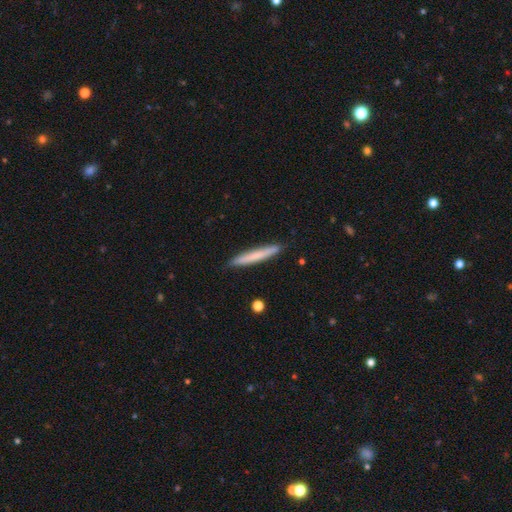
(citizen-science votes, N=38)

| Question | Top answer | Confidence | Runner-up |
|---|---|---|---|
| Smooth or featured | smooth | 79% | featured or disk (16%) |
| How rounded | cigar-shaped | 93% | in between (7%) |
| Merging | none | 94% | minor disturbance (6%) |